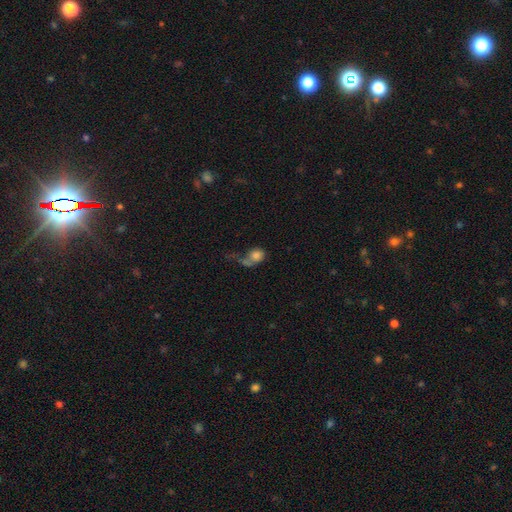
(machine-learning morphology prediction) Q: Smooth or featured?
A: smooth (72%); runner-up: featured or disk (17%)
Q: How rounded?
A: round (58%); runner-up: in between (40%)
Q: Merging?
A: major disturbance (33%); runner-up: merger (31%)